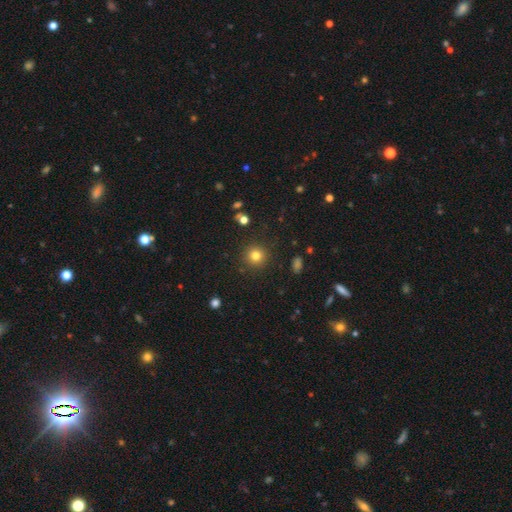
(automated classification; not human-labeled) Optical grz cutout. It shows a smooth galaxy with no disk features (80%) that is round (94%). Merging: none (90%).